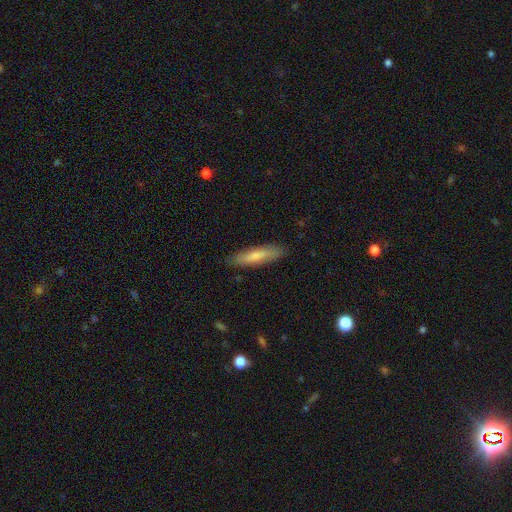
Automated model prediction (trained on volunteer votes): Smooth or featured: smooth — 69% (featured or disk — 25%)
How rounded: cigar-shaped — 78% (in between — 21%)
Merging: none — 86% (minor disturbance — 10%)